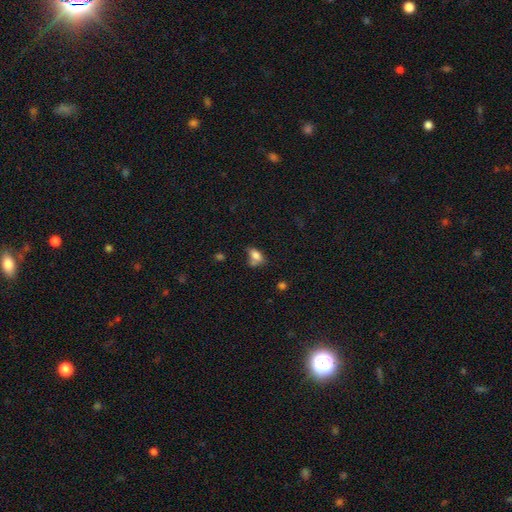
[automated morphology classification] Smooth or featured? Predicted: smooth (p=0.78). How rounded? Predicted: in between (p=0.85). Merging? Predicted: none (p=0.41).